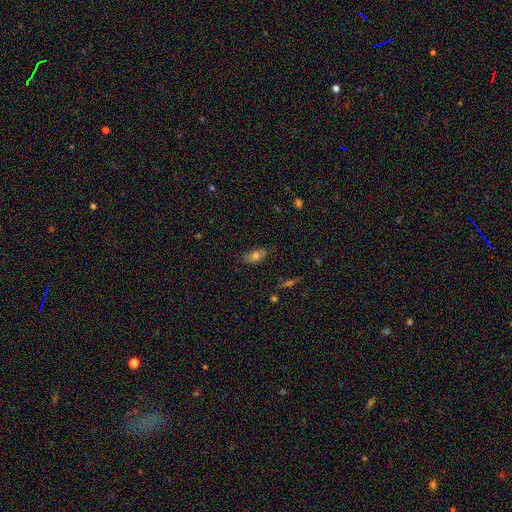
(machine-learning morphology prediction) smooth-or-featured: smooth: 70% | featured or disk: 18% | star or artifact: 12%
  how-rounded: in between: 85% | cigar-shaped: 9% | round: 6%
  merging: none: 72% | minor disturbance: 22% | major disturbance: 4% | merger: 2%